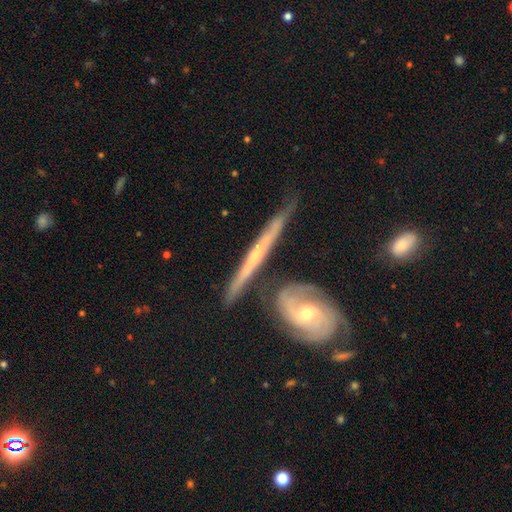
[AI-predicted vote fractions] Q: Smooth or featured?
A: featured or disk (75%); runner-up: smooth (19%)
Q: Edge-on disk?
A: yes (82%); runner-up: no (18%)
Q: Edge-on bulge?
A: none (49%); runner-up: rounded (46%)
Q: Merging?
A: none (67%); runner-up: minor disturbance (17%)